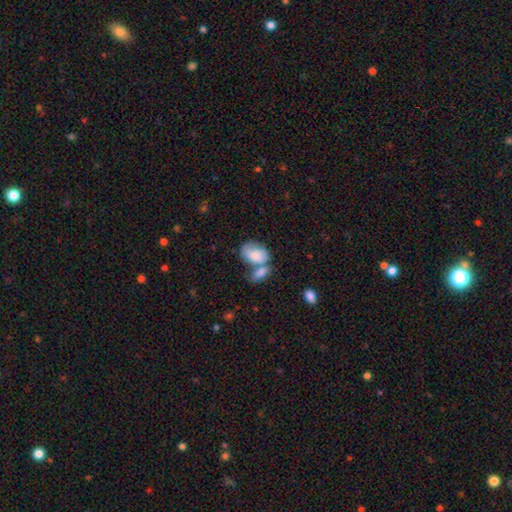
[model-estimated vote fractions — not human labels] Morphology: type=smooth (75%); roundness=in between (87%); merging=merger (53%).